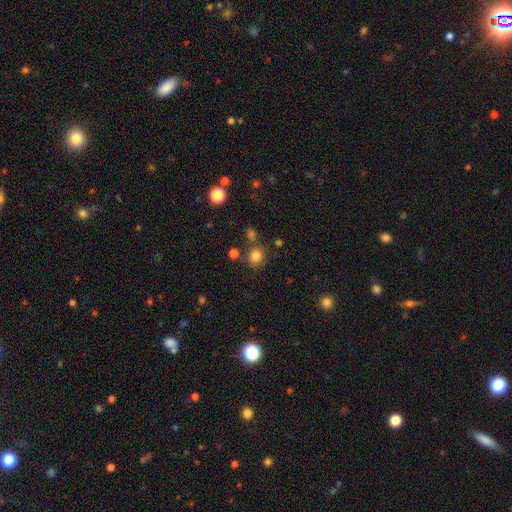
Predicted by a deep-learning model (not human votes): This is clearly a smooth galaxy (80%). How rounded: clearly round (86%). Merging: likely none (75%).